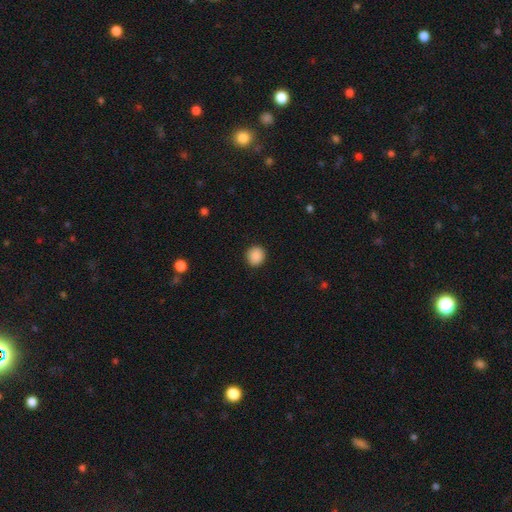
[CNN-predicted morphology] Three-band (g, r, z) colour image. It shows a smooth galaxy with no disk features (89%) that is round (86%). Merging: none (91%).